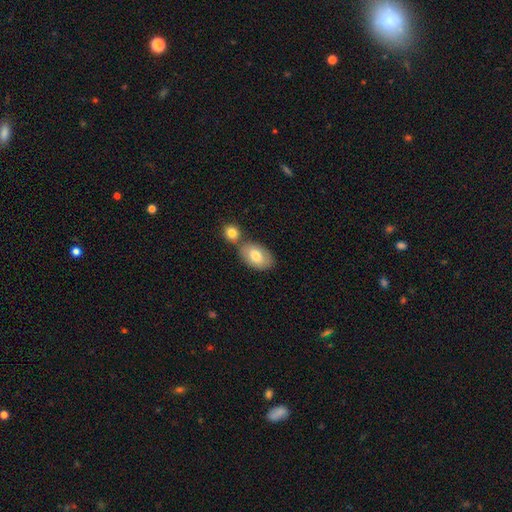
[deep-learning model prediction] smooth-or-featured: smooth: 77% | featured or disk: 17% | star or artifact: 7%
  how-rounded: in between: 88% | round: 10% | cigar-shaped: 1%
  merging: none: 53% | merger: 31% | minor disturbance: 12% | major disturbance: 3%